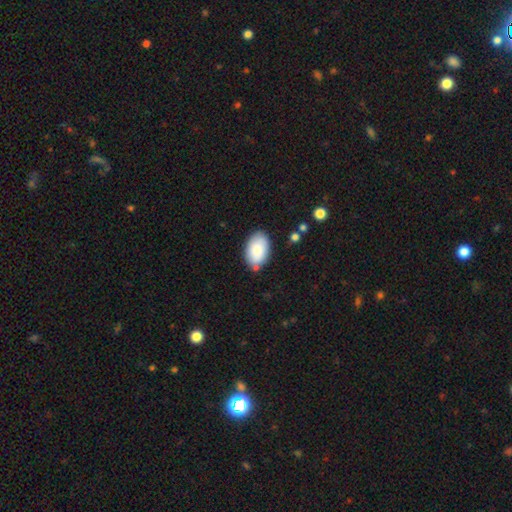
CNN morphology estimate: Overall: smooth (85%). How rounded: in between (93%). Merging: none (79%).